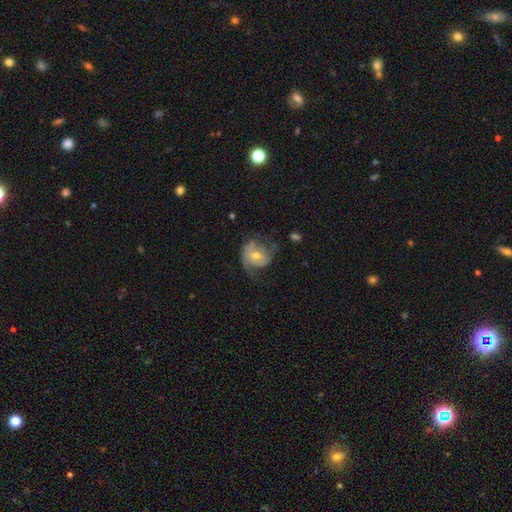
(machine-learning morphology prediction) smooth_or_featured: featured or disk (p=0.71) [alt: smooth p=0.22]
disk_edge_on: no (p=0.97) [alt: yes p=0.03]
bar: no (p=0.59) [alt: weak p=0.33]
has_spiral_arms: yes (p=0.85) [alt: no p=0.15]
spiral_winding: medium (p=0.39) [alt: tight p=0.38]
spiral_arm_count: 2 (p=0.52) [alt: can't tell p=0.19]
bulge_size: moderate (p=0.62) [alt: small p=0.32]
merging: none (p=0.53) [alt: minor disturbance p=0.24]